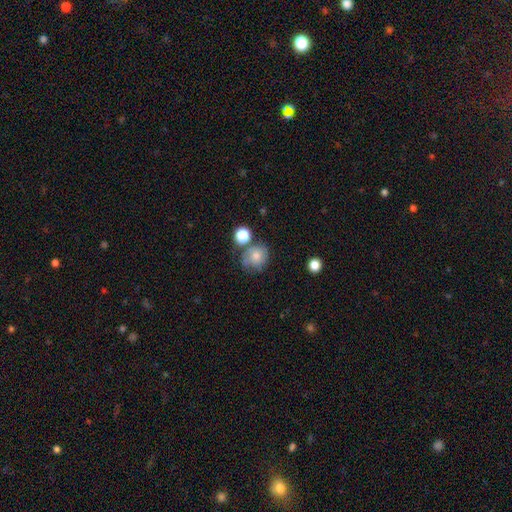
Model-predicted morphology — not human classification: This is likely a smooth galaxy (74%). How rounded: likely round (79%). Merging: possibly none (57%).